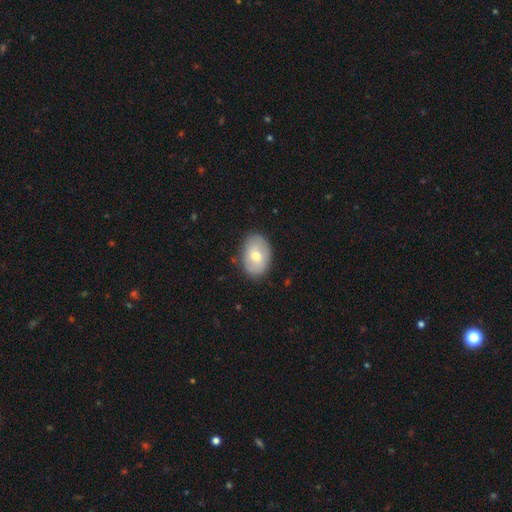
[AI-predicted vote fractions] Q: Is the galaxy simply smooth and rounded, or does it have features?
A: smooth — 62%.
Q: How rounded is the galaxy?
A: in between — 83%.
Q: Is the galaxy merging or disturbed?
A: none — 83%.